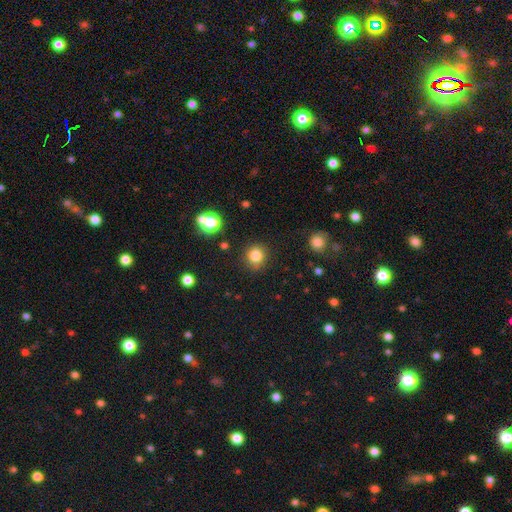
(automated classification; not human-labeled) This is clearly a smooth galaxy (82%). How rounded: clearly round (91%). Merging: clearly none (87%).